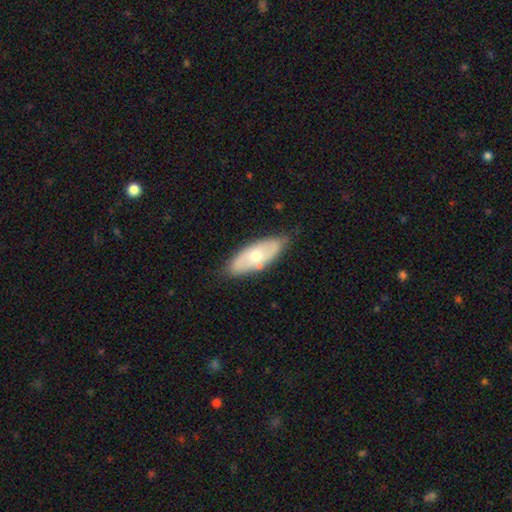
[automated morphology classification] Q: Smooth or featured?
A: smooth (51%); runner-up: featured or disk (44%)
Q: How rounded?
A: in between (80%); runner-up: cigar-shaped (17%)
Q: Merging?
A: none (75%); runner-up: minor disturbance (18%)